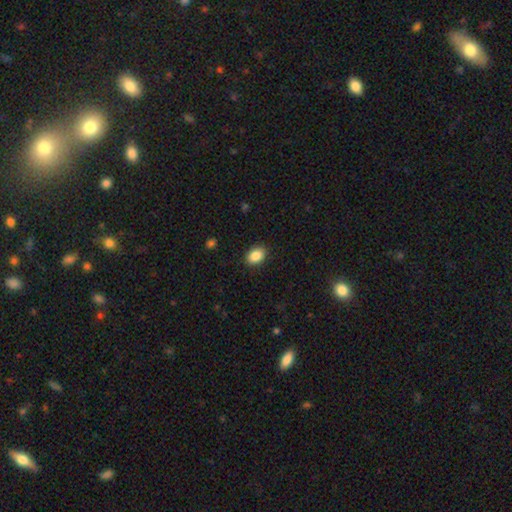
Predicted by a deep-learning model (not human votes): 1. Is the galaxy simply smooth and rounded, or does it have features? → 88% smooth, 8% star or artifact, 4% featured or disk.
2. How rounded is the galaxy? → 77% in between, 22% round, 1% cigar-shaped.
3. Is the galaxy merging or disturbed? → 89% none, 8% minor disturbance, 2% major disturbance, 1% merger.